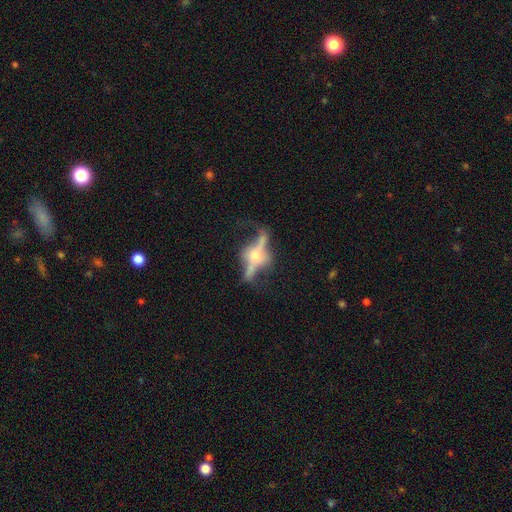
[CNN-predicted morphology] Smooth or featured? Predicted: featured or disk (p=0.77). Edge-on disk? Predicted: yes (p=0.77). Edge-on bulge? Predicted: rounded (p=0.92). Merging? Predicted: none (p=0.51).